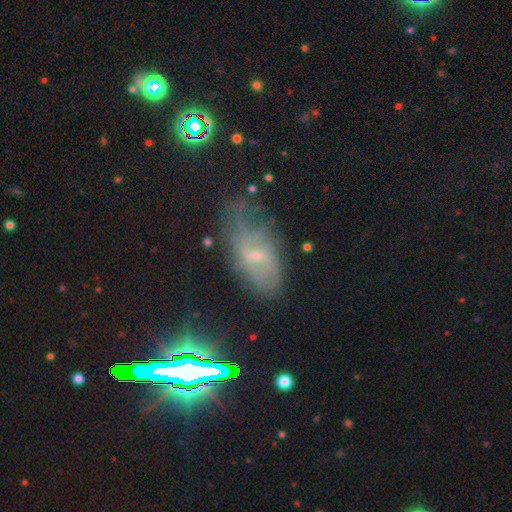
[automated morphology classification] Smooth or featured?
  - featured or disk: 53% *
  - smooth: 28%
  - star or artifact: 19%
Edge-on disk?
  - no: 90% *
  - yes: 10%
Merging?
  - none: 49% *
  - minor disturbance: 30%
  - major disturbance: 19%
  - merger: 3%